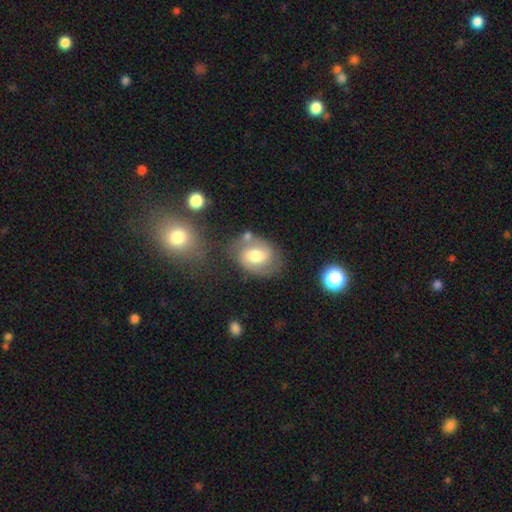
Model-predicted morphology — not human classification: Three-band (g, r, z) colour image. It shows a featured or disk galaxy (47%). Merging: none (61%).